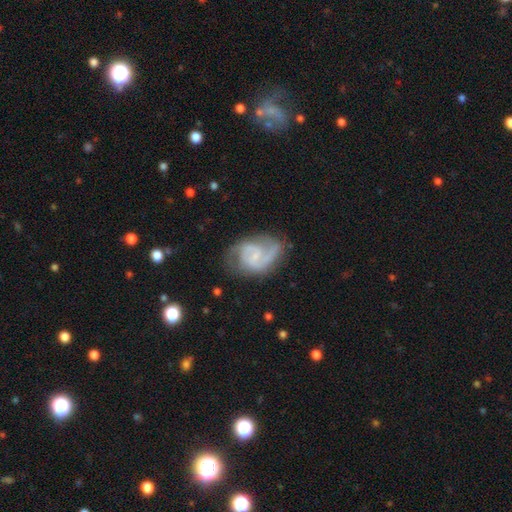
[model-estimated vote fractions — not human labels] A featured or disk galaxy (83%) with a weak bar (47%), 2 (74%) medium (53%) spiral arms (95%) and a small central bulge (66%).

Vote fractions:
- Smooth or featured? featured or disk: 83% / smooth: 11% / star or artifact: 6%
- Edge-on disk? no: 98% / yes: 2%
- Bar? weak: 47% / no: 45% / strong: 9%
- Spiral arms? yes: 95% / no: 5%
- Spiral winding? medium: 53% / tight: 26% / loose: 22%
- Spiral arm count? 2: 74% / can't tell: 9% / 3: 8% / 1: 6% / 4: 2% / more than 4: 2%
- Bulge size? small: 66% / none: 17% / moderate: 15% / large: 1% / dominant: 1%
- Merging? none: 64% / minor disturbance: 21% / major disturbance: 13% / merger: 2%